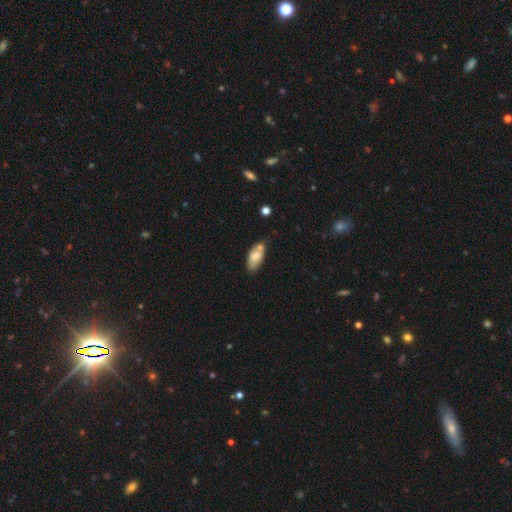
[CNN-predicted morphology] This is likely a smooth galaxy (70%). How rounded: clearly in between (88%). Merging: possibly none (51%).